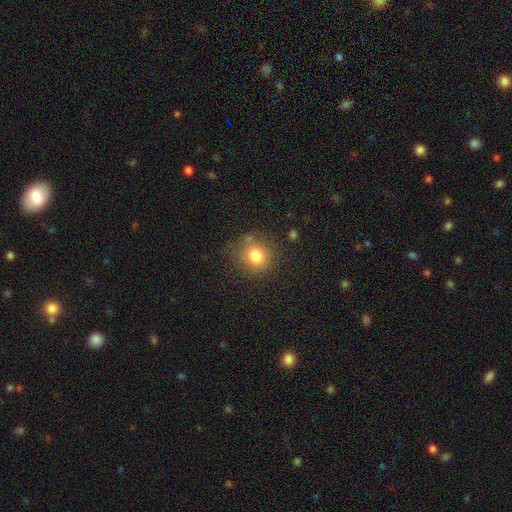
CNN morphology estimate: Smooth or featured: smooth — 80% (star or artifact — 11%)
How rounded: round — 85% (in between — 14%)
Merging: none — 77% (minor disturbance — 15%)